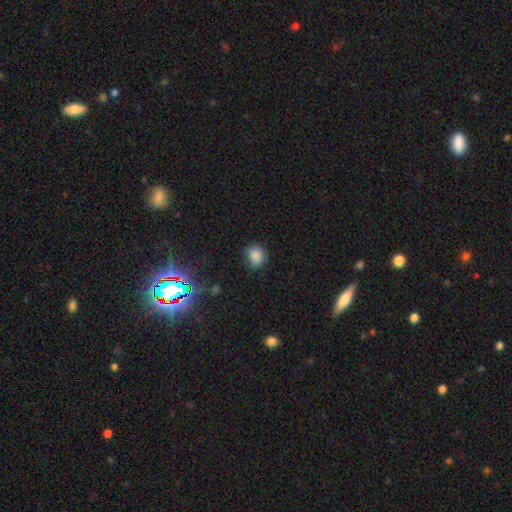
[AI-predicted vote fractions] This appears to be a smooth galaxy with no disk features (84%) that is round (80%). Merging: none (75%).